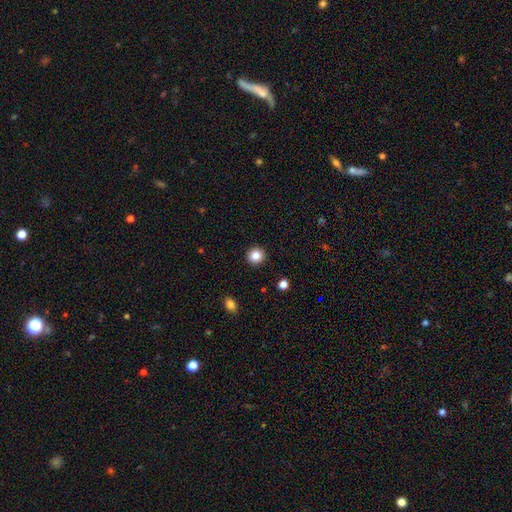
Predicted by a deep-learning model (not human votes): smooth 84%, star or artifact 10%, featured or disk 6%. Down the decision tree: how rounded — round (93%); merging — none (93%).